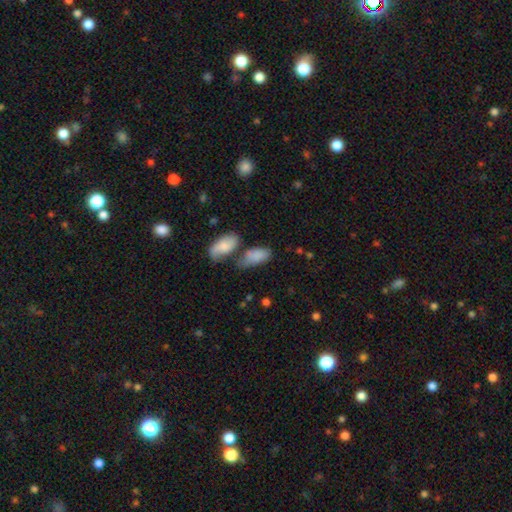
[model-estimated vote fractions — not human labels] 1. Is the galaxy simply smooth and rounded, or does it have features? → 80% smooth, 12% featured or disk, 8% star or artifact.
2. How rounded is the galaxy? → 92% in between, 4% cigar-shaped, 4% round.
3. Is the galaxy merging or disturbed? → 35% none, 33% merger, 21% minor disturbance, 11% major disturbance.